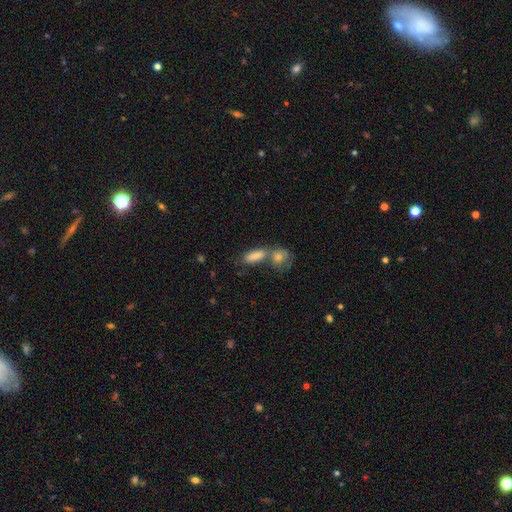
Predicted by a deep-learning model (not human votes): smooth_or_featured: smooth (p=0.75) [alt: featured or disk p=0.14]
how_rounded: in between (p=0.62) [alt: cigar-shaped p=0.31]
merging: merger (p=0.46) [alt: none p=0.39]